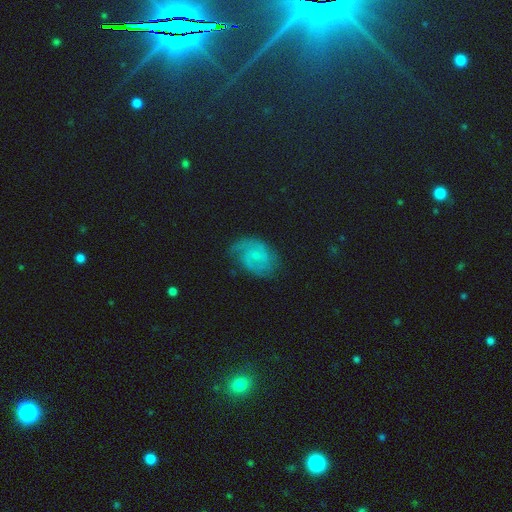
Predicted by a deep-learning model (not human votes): A featured or disk galaxy (73%) with no bar (57%), 2 (65%) medium (45%) spiral arms (93%) and a small central bulge (74%). Merging: none (69%).